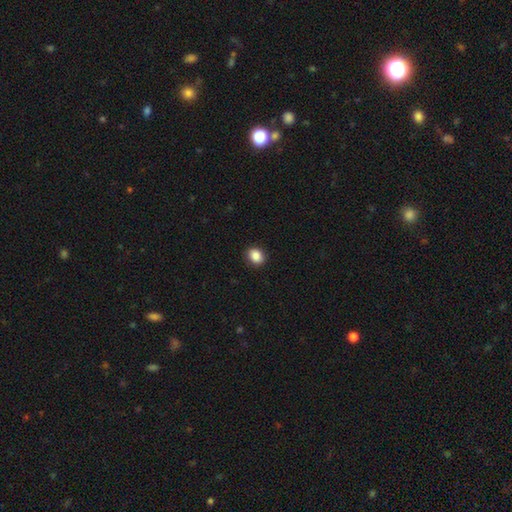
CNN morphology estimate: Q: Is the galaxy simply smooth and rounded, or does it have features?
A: smooth — 87%.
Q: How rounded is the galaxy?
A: round — 50%.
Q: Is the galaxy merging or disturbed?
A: none — 90%.